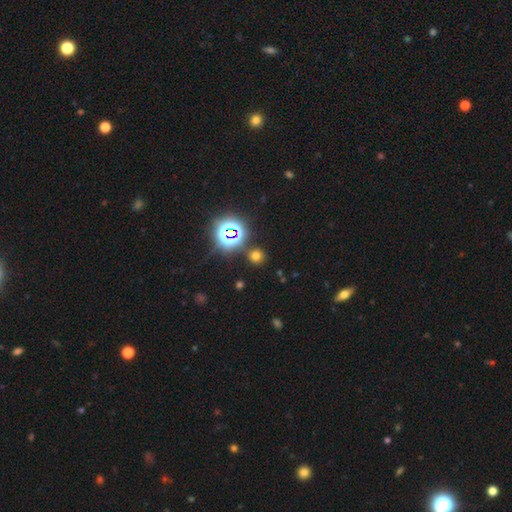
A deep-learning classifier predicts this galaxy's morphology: smooth-or-featured: smooth: 62% | star or artifact: 32% | featured or disk: 7%
  how-rounded: round: 89% | in between: 10% | cigar-shaped: 1%
  merging: none: 84% | minor disturbance: 8% | merger: 5% | major disturbance: 3%